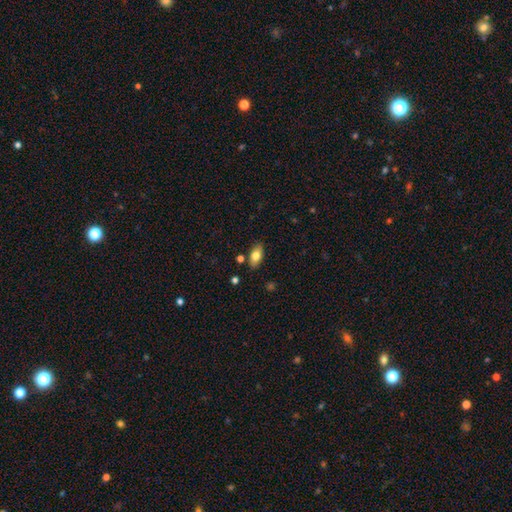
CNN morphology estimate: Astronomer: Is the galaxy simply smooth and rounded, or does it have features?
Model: smooth — 78%.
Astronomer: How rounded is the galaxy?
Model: in between — 90%.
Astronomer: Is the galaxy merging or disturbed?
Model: none — 83%.